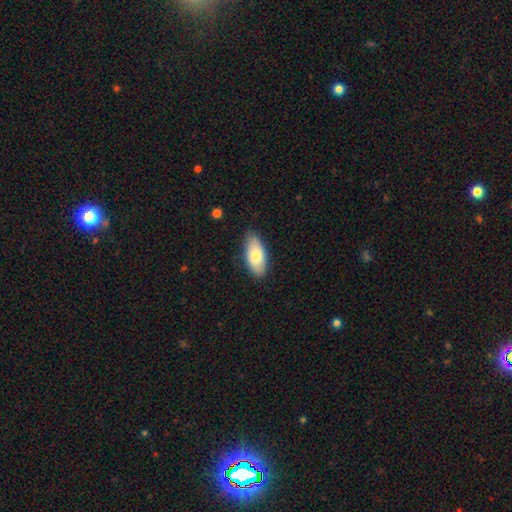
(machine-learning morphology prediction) Smooth or featured?
  - smooth: 78% *
  - featured or disk: 16%
  - star or artifact: 6%
How rounded?
  - in between: 89% *
  - cigar-shaped: 8%
  - round: 2%
Merging?
  - none: 83% *
  - minor disturbance: 14%
  - major disturbance: 2%
  - merger: 1%